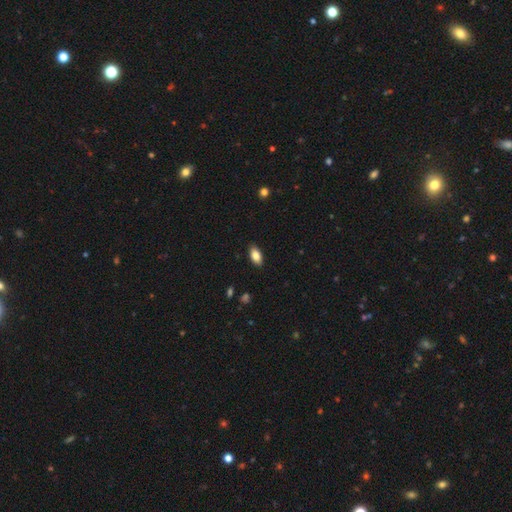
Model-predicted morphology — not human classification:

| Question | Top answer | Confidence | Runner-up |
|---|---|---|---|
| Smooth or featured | smooth | 83% | featured or disk (10%) |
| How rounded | in between | 91% | cigar-shaped (6%) |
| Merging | none | 88% | minor disturbance (9%) |